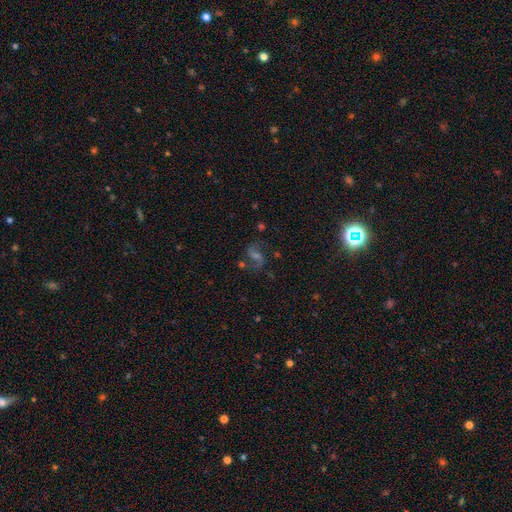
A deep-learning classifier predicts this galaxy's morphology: featured or disk 67%, star or artifact 22%, smooth 12%. Down the decision tree: edge-on disk — no (97%); bar — weak (47%); spiral arms — yes (92%); spiral arm count — 2 (91%); spiral winding — loose (56%); bulge size — small (39%); merging — none (73%).